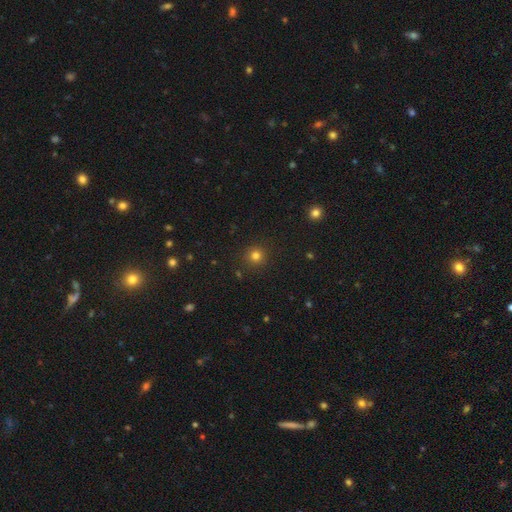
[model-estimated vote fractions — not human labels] smooth_or_featured: smooth (p=0.78) [alt: star or artifact p=0.16]
how_rounded: round (p=0.94) [alt: in between p=0.05]
merging: none (p=0.90) [alt: minor disturbance p=0.06]